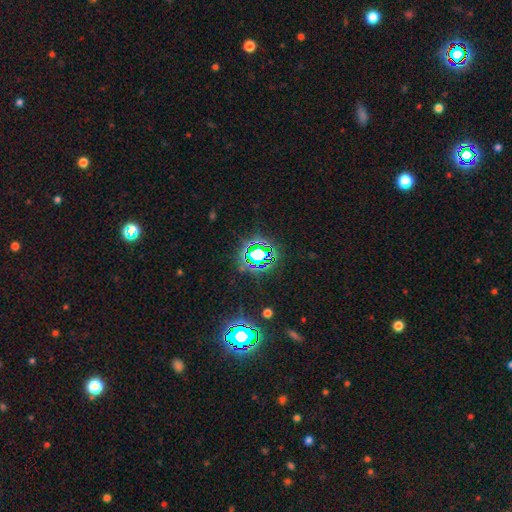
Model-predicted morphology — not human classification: Q: Smooth or featured?
A: star or artifact (78%); runner-up: smooth (13%)